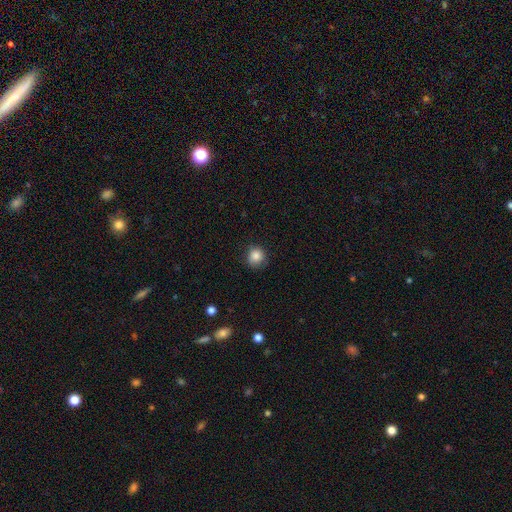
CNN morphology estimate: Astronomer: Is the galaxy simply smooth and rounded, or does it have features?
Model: smooth — 85%.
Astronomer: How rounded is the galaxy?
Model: round — 88%.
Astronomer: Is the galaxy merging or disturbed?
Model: none — 78%.